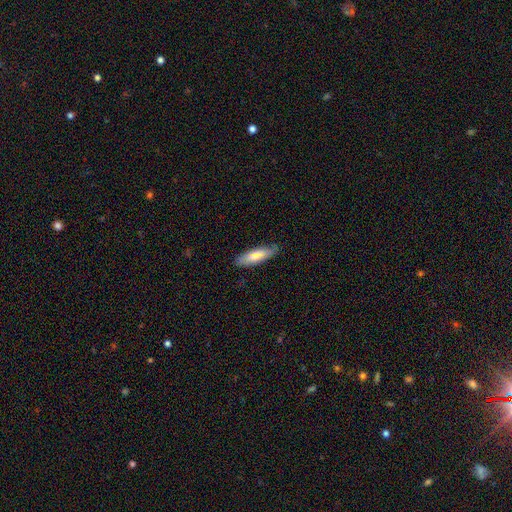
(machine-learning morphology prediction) type=smooth (75%); roundness=cigar-shaped (60%); merging=none (80%).